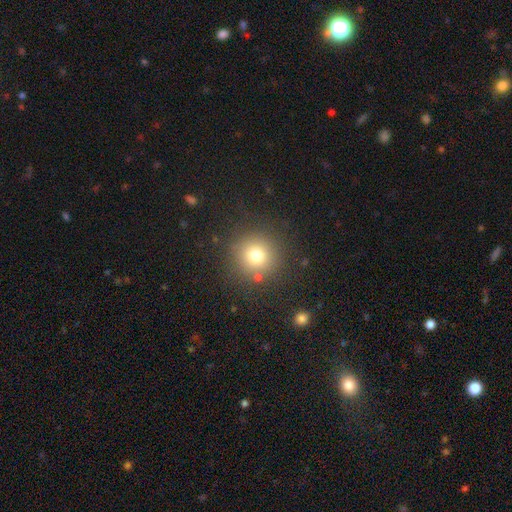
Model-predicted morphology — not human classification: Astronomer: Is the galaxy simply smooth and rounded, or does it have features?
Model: smooth — 75%.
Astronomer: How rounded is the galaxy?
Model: round — 95%.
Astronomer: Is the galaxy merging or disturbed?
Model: none — 85%.